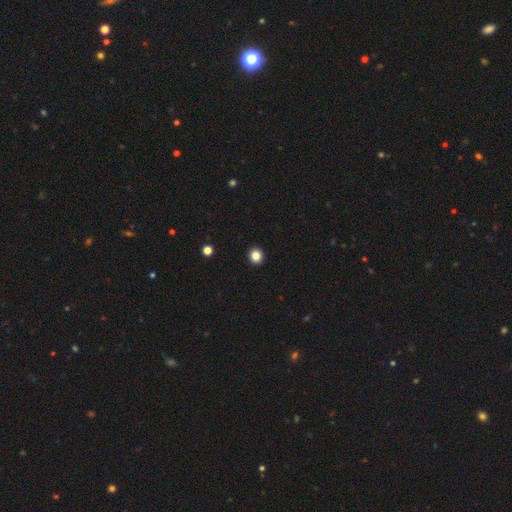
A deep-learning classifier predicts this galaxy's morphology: Smooth or featured?
  - smooth: 85% *
  - star or artifact: 11%
  - featured or disk: 4%
How rounded?
  - round: 89% *
  - in between: 10%
  - cigar-shaped: 1%
Merging?
  - none: 94% *
  - minor disturbance: 4%
  - major disturbance: 1%
  - merger: 1%